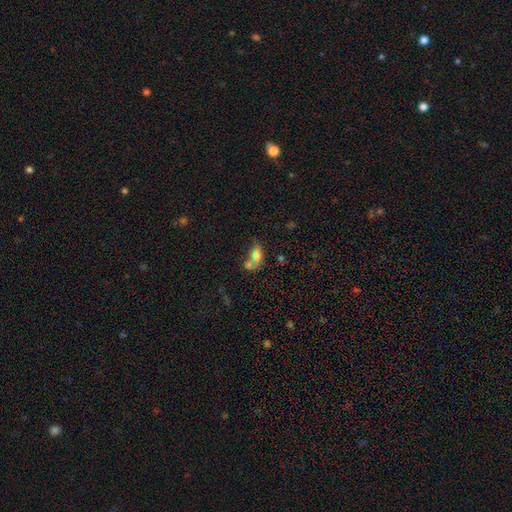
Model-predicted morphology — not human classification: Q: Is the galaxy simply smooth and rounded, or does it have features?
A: smooth — 74%.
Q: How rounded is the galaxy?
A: in between — 81%.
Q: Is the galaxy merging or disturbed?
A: merger — 55%.